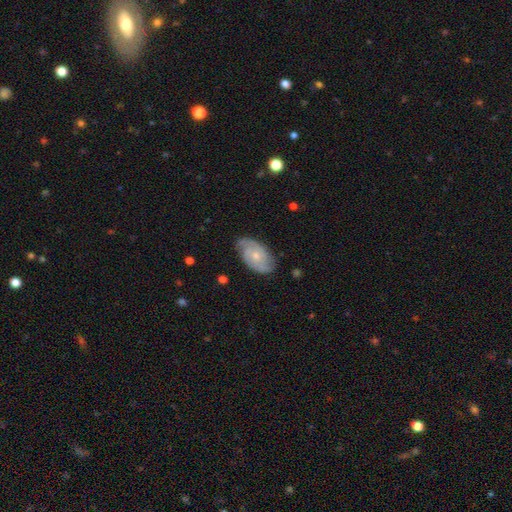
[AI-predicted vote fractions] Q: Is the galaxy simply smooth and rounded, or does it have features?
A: featured or disk — 69%.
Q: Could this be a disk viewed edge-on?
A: no — 95%.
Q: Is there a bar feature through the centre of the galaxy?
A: no — 75%.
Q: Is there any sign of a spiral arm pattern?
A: yes — 90%.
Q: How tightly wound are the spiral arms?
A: tight — 47%.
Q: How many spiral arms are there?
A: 2 — 59%.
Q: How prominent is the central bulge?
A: small — 60%.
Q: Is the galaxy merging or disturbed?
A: none — 73%.